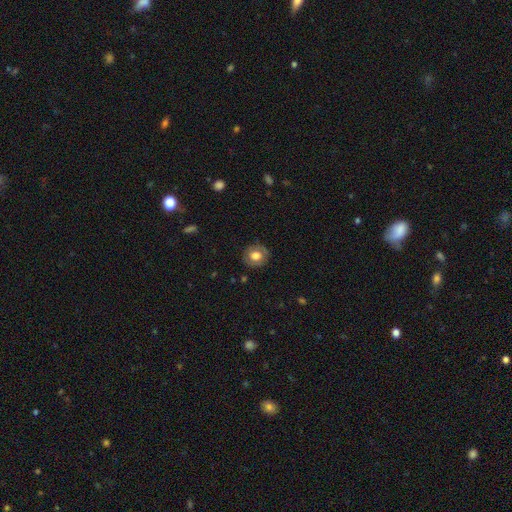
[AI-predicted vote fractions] A smooth galaxy with no disk features (66%) that is round (82%). Merging: none (83%).